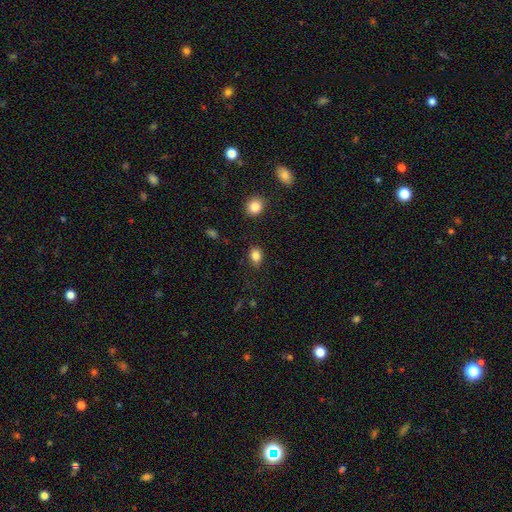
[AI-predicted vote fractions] smooth_or_featured: smooth (p=0.84) [alt: star or artifact p=0.11]
how_rounded: in between (p=0.60) [alt: round p=0.39]
merging: none (p=0.81) [alt: minor disturbance p=0.14]